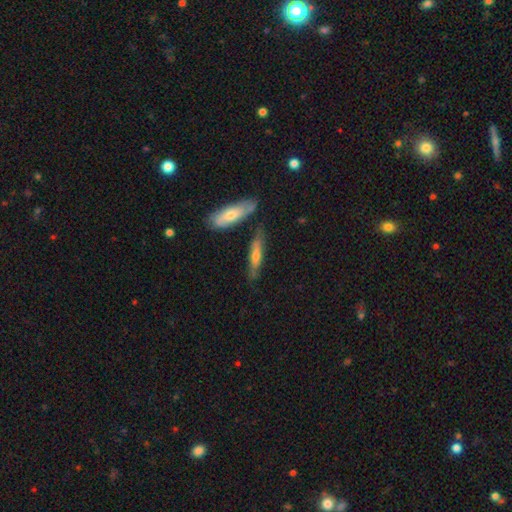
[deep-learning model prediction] Overall: featured or disk (47%; smooth 46%). Merging: none (71%).